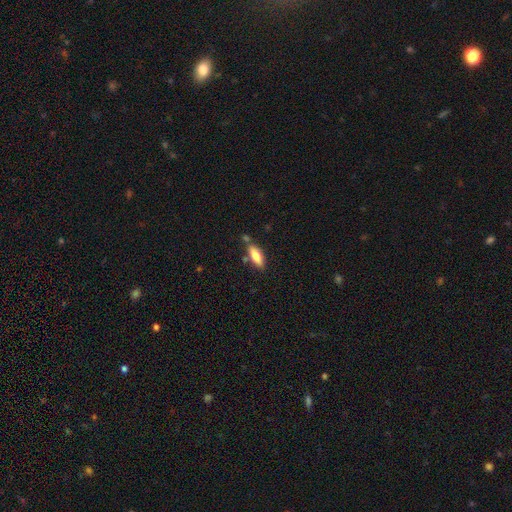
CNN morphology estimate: Smooth or featured? smooth (76%)
How rounded? in between (65%)
Merging? none (72%)